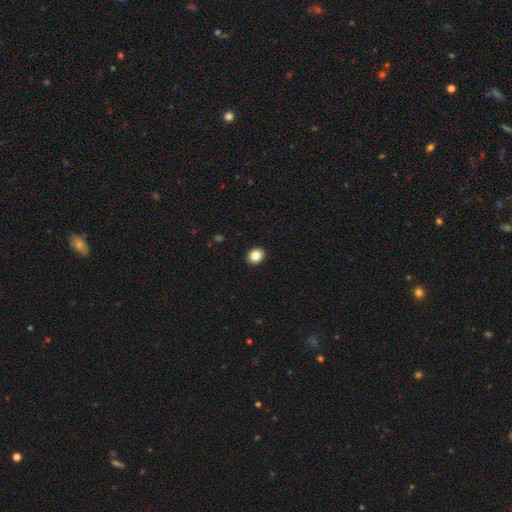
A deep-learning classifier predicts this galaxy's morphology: smooth-or-featured: smooth: 85% | star or artifact: 9% | featured or disk: 6%
  how-rounded: round: 61% | in between: 38% | cigar-shaped: 1%
  merging: none: 92% | minor disturbance: 5% | major disturbance: 1% | merger: 1%